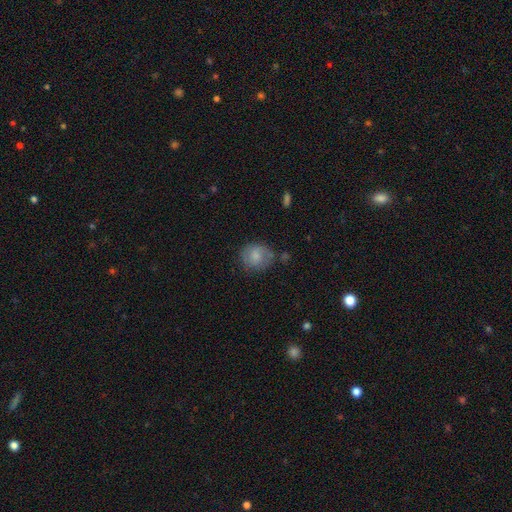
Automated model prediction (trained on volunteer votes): Q: Smooth or featured?
A: smooth (68%); runner-up: featured or disk (24%)
Q: How rounded?
A: round (77%); runner-up: in between (22%)
Q: Merging?
A: none (63%); runner-up: minor disturbance (24%)